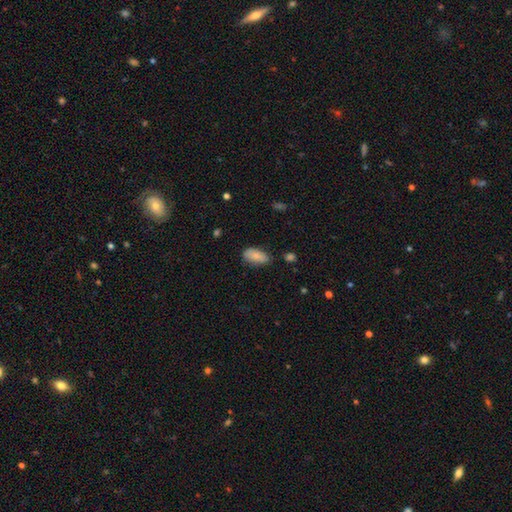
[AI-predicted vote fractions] Smooth or featured? smooth (85%)
How rounded? in between (90%)
Merging? none (64%)